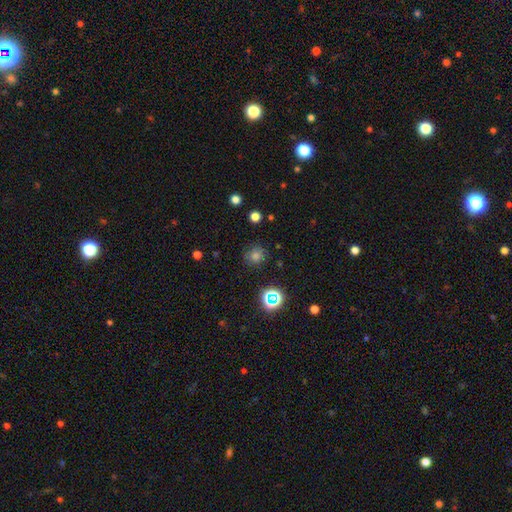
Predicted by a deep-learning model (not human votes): smooth-or-featured: smooth: 66% | star or artifact: 26% | featured or disk: 9%
  how-rounded: round: 91% | in between: 8% | cigar-shaped: 1%
  merging: none: 83% | minor disturbance: 11% | major disturbance: 4% | merger: 2%